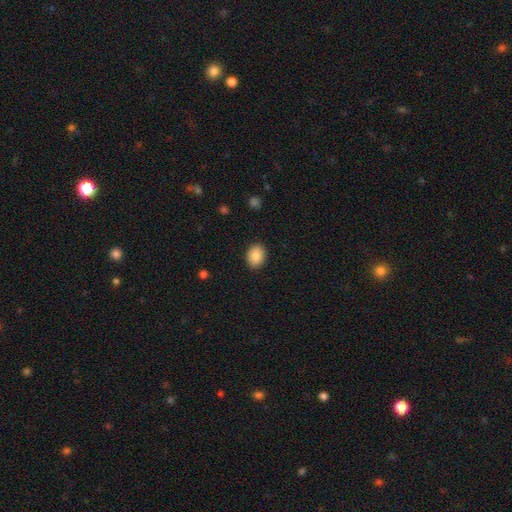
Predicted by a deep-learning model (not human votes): Overall: smooth (88%). How rounded: in between (60%; round 39%). Merging: none (89%).